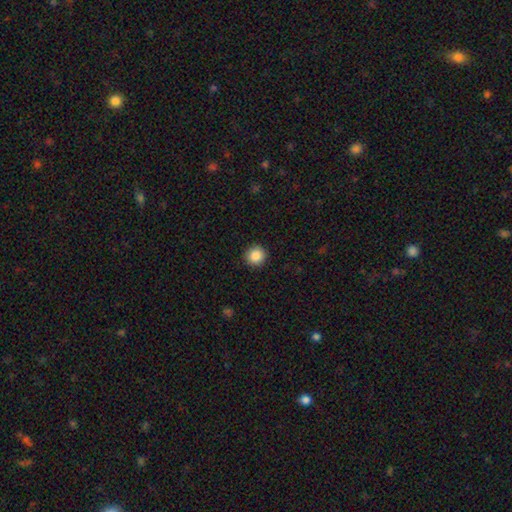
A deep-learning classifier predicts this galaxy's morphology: Smooth or featured?
  - smooth: 87% *
  - star or artifact: 9%
  - featured or disk: 4%
How rounded?
  - round: 94% *
  - in between: 5%
  - cigar-shaped: 1%
Merging?
  - none: 92% *
  - minor disturbance: 5%
  - major disturbance: 2%
  - merger: 1%